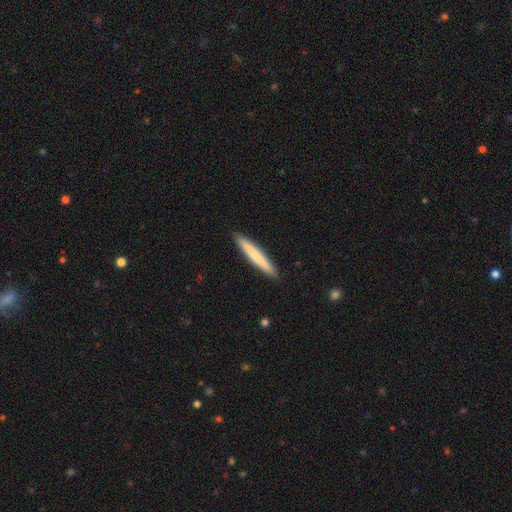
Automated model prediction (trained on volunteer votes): smooth_or_featured: smooth (p=0.69) [alt: featured or disk p=0.26]
how_rounded: cigar-shaped (p=0.96) [alt: in between p=0.03]
merging: none (p=0.92) [alt: minor disturbance p=0.06]